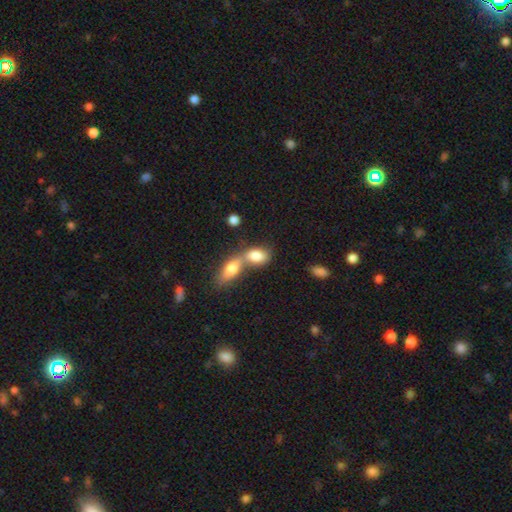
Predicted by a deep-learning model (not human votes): Smooth or featured?
  - smooth: 80% *
  - featured or disk: 12%
  - star or artifact: 8%
How rounded?
  - in between: 84% *
  - round: 12%
  - cigar-shaped: 5%
Merging?
  - merger: 65% *
  - none: 24%
  - minor disturbance: 7%
  - major disturbance: 4%